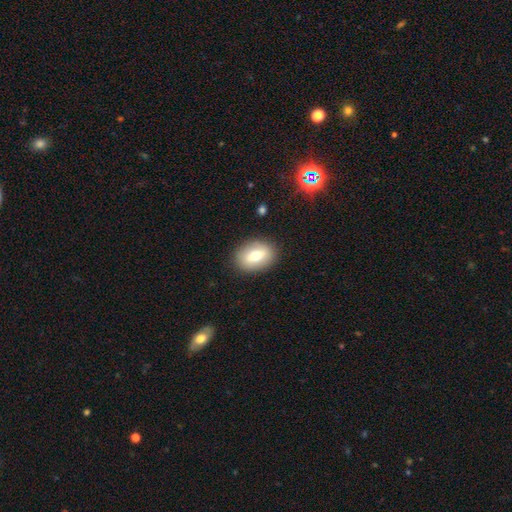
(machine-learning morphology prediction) Smooth or featured: smooth — 67% (featured or disk — 24%)
How rounded: in between — 74% (round — 25%)
Merging: none — 87% (minor disturbance — 9%)